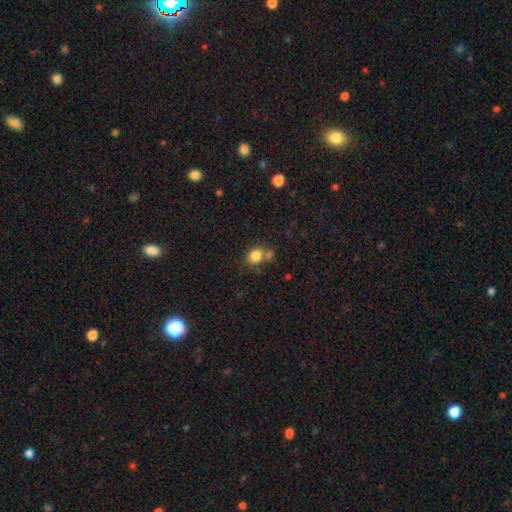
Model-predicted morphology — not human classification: A smooth galaxy with no disk features (83%) that is round (64%). Merging: none (55%).